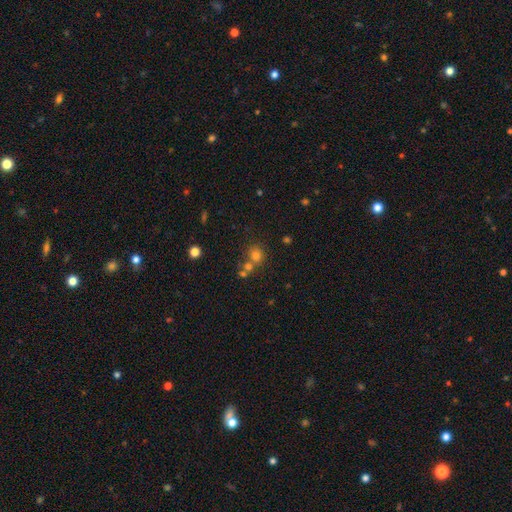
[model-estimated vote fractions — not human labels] smooth-or-featured: smooth: 69% | star or artifact: 21% | featured or disk: 10%
  how-rounded: round: 80% | in between: 19% | cigar-shaped: 1%
  merging: none: 55% | merger: 32% | minor disturbance: 9% | major disturbance: 4%